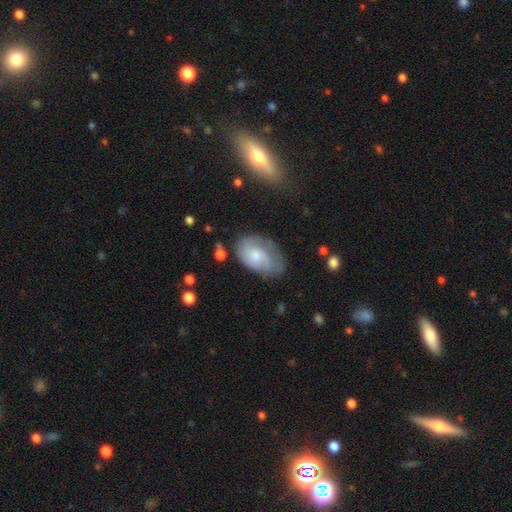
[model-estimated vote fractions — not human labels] Smooth or featured?
  - smooth: 50% *
  - featured or disk: 43%
  - star or artifact: 7%
Merging?
  - none: 56% *
  - minor disturbance: 29%
  - major disturbance: 12%
  - merger: 3%